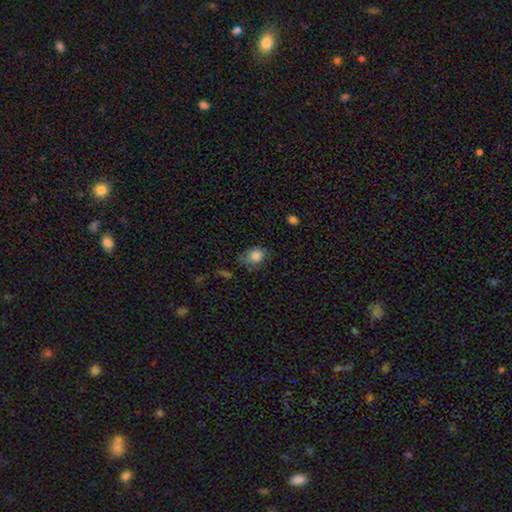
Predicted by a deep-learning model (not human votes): Overall: smooth (83%). How rounded: round (55%; in between 44%). Merging: none (59%; minor disturbance 29%).